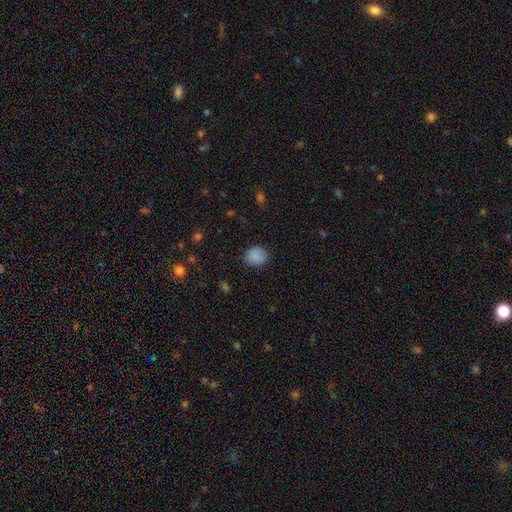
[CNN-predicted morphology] Smooth or featured: smooth — 86% (star or artifact — 9%)
How rounded: round — 67% (in between — 32%)
Merging: none — 82% (minor disturbance — 13%)